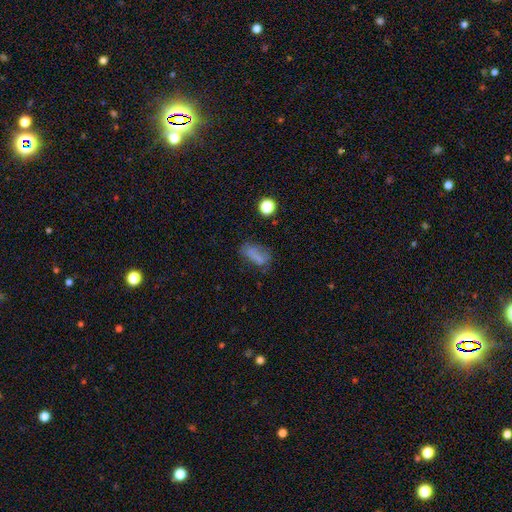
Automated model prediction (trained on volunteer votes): Smooth or featured: smooth — 66% (featured or disk — 17%)
How rounded: in between — 79% (cigar-shaped — 12%)
Merging: none — 52% (minor disturbance — 25%)